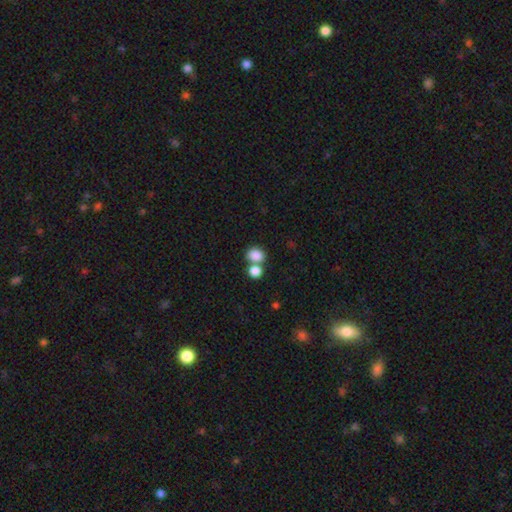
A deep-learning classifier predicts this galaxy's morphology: smooth-or-featured: smooth: 84% | star or artifact: 10% | featured or disk: 6%
  how-rounded: round: 64% | in between: 35% | cigar-shaped: 1%
  merging: none: 45% | merger: 43% | minor disturbance: 8% | major disturbance: 4%